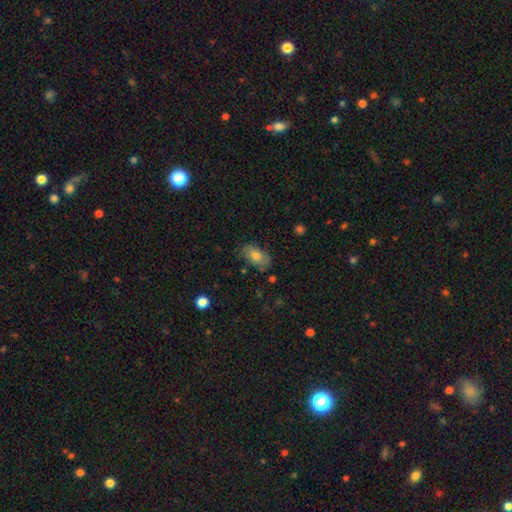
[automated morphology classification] The model was most divided on "smooth or featured": smooth: 75%, featured or disk: 17%, star or artifact: 8%. More confident: how rounded — in between (91%); merging — none (78%).